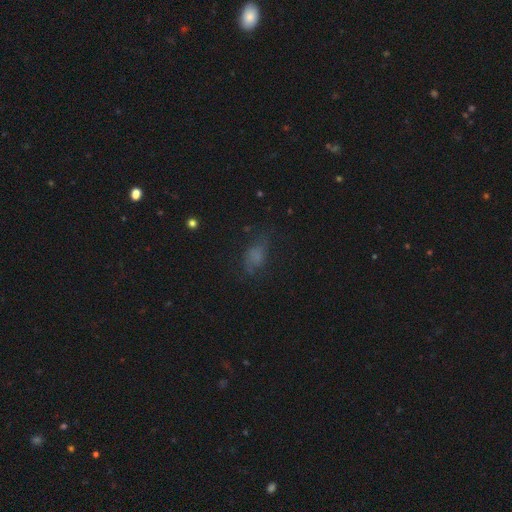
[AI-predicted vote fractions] Smooth or featured?
  - smooth: 59% *
  - star or artifact: 21%
  - featured or disk: 20%
How rounded?
  - in between: 75% *
  - round: 21%
  - cigar-shaped: 4%
Merging?
  - none: 58% *
  - minor disturbance: 23%
  - major disturbance: 18%
  - merger: 2%